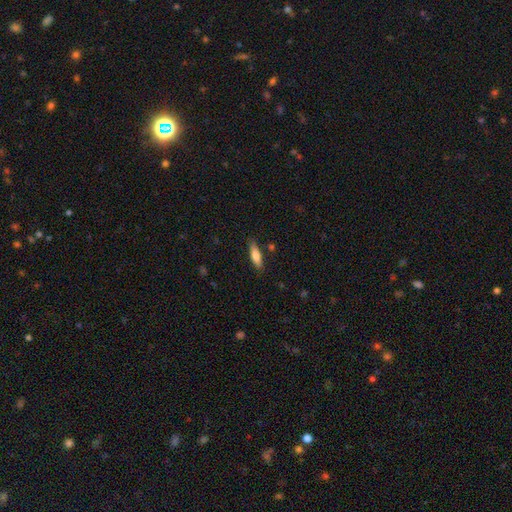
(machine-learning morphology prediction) A smooth galaxy with no disk features (74%) that is cigar-shaped (53%).

Vote fractions:
- Smooth or featured? smooth: 74% / featured or disk: 20% / star or artifact: 6%
- How rounded? cigar-shaped: 53% / in between: 45% / round: 2%
- Merging? none: 82% / minor disturbance: 13% / major disturbance: 3% / merger: 2%